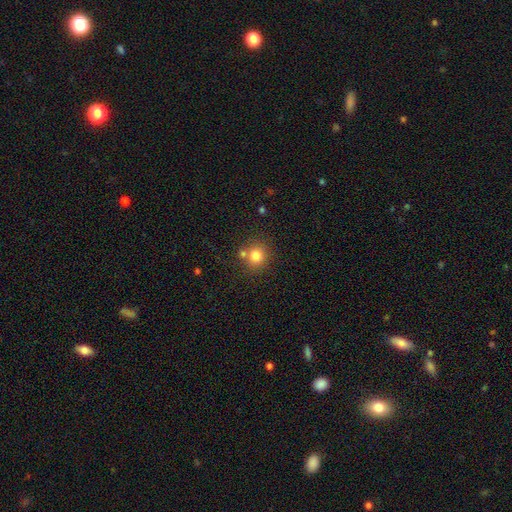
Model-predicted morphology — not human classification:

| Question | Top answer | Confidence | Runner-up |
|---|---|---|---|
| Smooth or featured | smooth | 79% | star or artifact (13%) |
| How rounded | round | 85% | in between (14%) |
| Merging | none | 68% | merger (19%) |